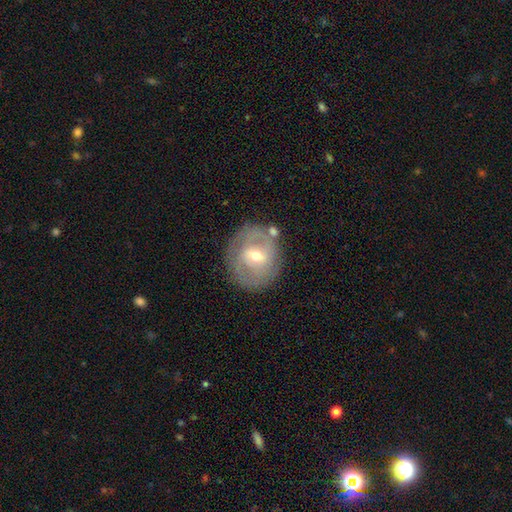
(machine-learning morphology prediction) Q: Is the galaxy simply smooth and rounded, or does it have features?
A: featured or disk — 70%.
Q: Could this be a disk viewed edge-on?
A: no — 96%.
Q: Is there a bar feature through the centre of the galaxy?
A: weak — 52%.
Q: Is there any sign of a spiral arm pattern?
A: yes — 74%.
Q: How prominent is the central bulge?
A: moderate — 59%.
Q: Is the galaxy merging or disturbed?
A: none — 73%.